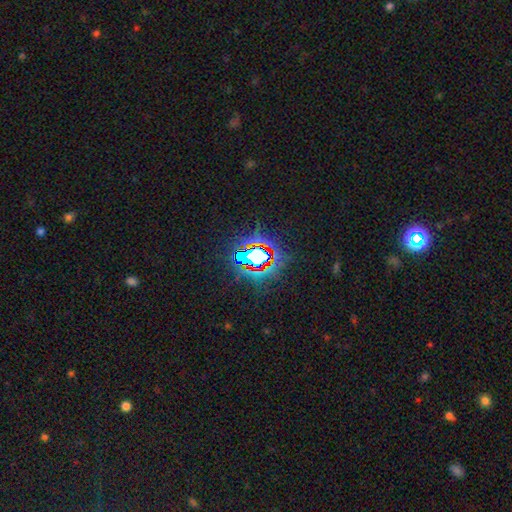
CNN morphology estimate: Smooth or featured? Predicted: star or artifact (p=0.74).